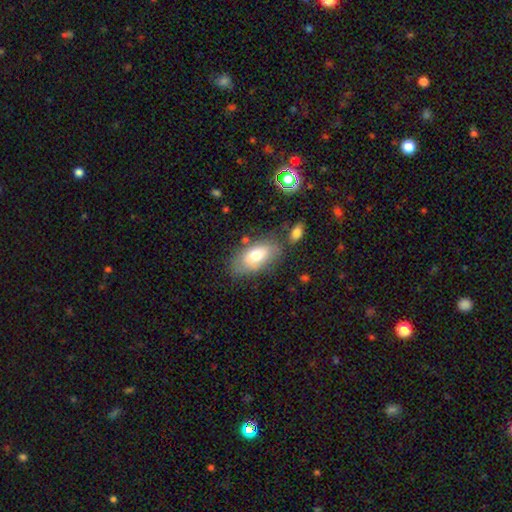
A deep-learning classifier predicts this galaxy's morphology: This is likely a smooth galaxy (73%). How rounded: clearly in between (91%). Merging: likely none (69%).